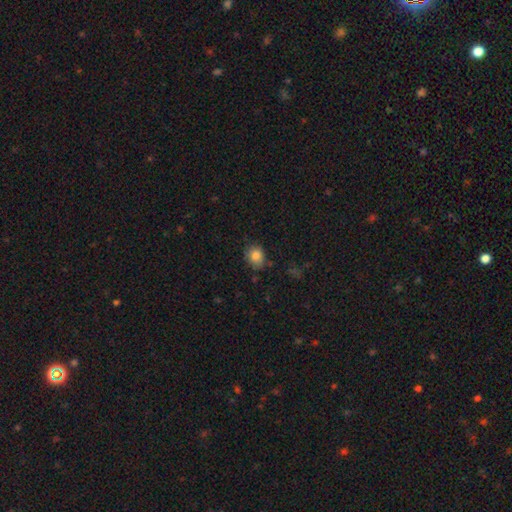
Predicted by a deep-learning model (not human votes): Smooth or featured?
  - smooth: 83% *
  - star or artifact: 10%
  - featured or disk: 7%
How rounded?
  - round: 53% *
  - in between: 46%
  - cigar-shaped: 1%
Merging?
  - none: 79% *
  - minor disturbance: 16%
  - major disturbance: 3%
  - merger: 2%